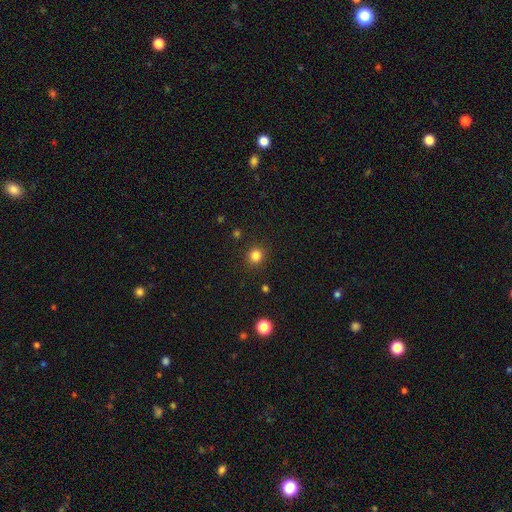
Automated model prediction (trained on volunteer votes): Smooth or featured? smooth (83%)
How rounded? round (91%)
Merging? none (90%)